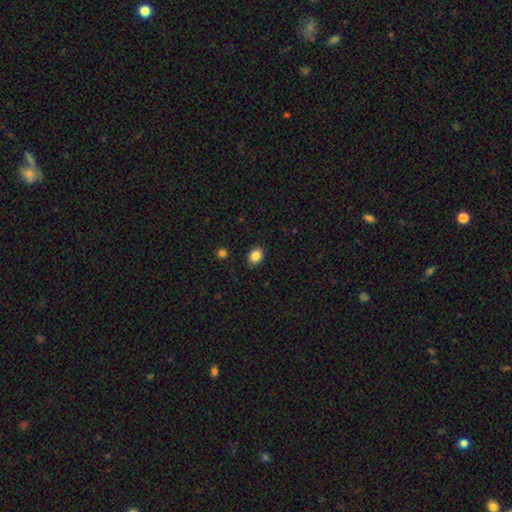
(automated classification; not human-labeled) This is clearly a smooth galaxy (86%). How rounded: likely in between (64%). Merging: clearly none (88%).